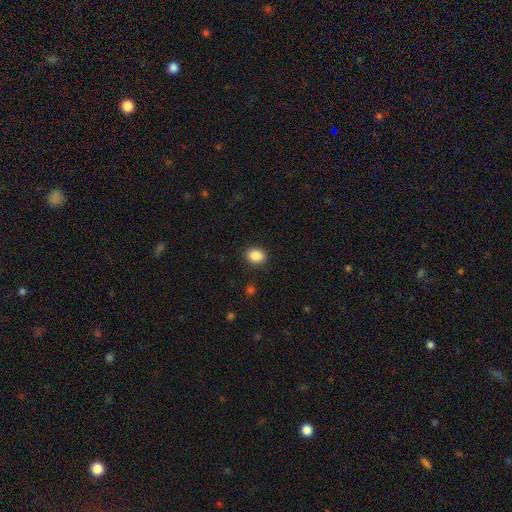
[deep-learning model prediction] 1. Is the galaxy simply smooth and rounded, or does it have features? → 88% smooth, 9% star or artifact, 3% featured or disk.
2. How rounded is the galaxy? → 54% in between, 45% round, 1% cigar-shaped.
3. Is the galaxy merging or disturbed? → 89% none, 8% minor disturbance, 2% major disturbance, 1% merger.